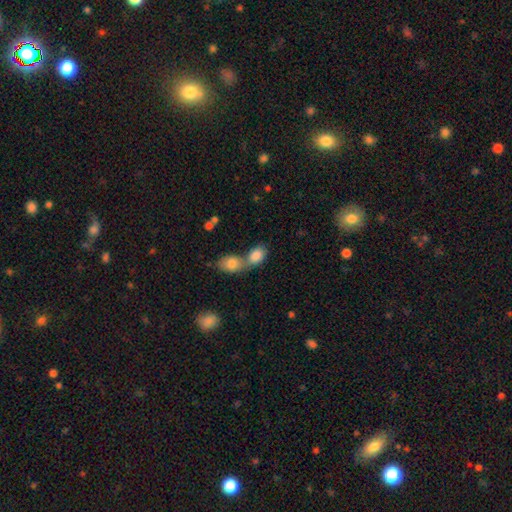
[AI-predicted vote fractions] Smooth or featured? smooth (84%)
How rounded? in between (79%)
Merging? merger (69%)